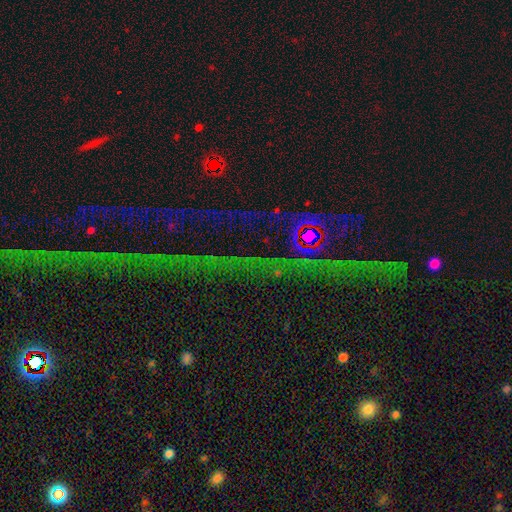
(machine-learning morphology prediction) Overall: star or artifact (80%).